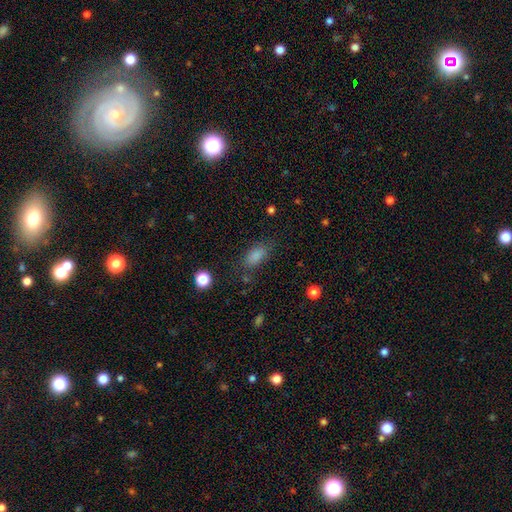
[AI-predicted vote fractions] smooth 84%, star or artifact 11%, featured or disk 5%. Down the decision tree: how rounded — in between (87%); merging — none (73%).